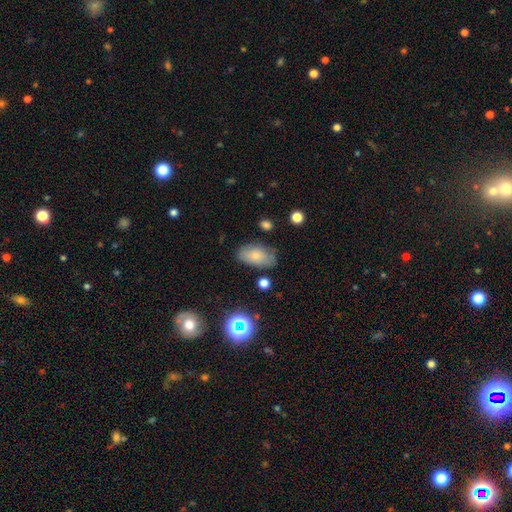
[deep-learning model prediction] smooth-or-featured: smooth: 76% | featured or disk: 14% | star or artifact: 9%
  how-rounded: in between: 92% | round: 5% | cigar-shaped: 2%
  merging: none: 71% | minor disturbance: 21% | major disturbance: 6% | merger: 3%